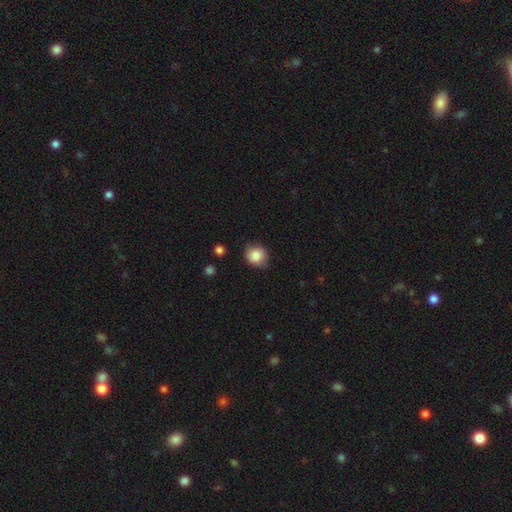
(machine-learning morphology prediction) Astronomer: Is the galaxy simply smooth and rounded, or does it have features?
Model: smooth — 85%.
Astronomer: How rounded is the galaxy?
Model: round — 80%.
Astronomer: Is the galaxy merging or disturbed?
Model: none — 76%.